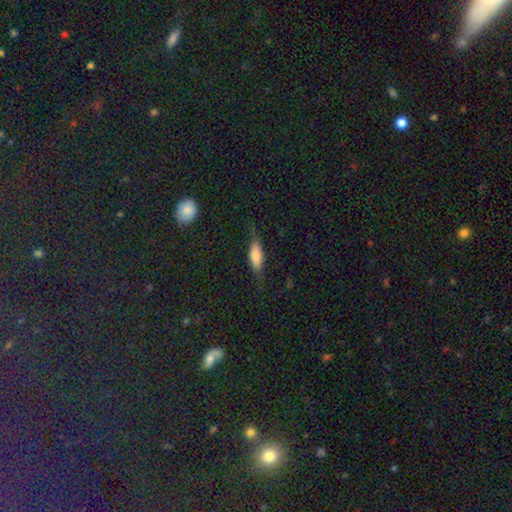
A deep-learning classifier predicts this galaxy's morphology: The model was most divided on "how rounded": in between: 63%, cigar-shaped: 34%, round: 3%. More confident: merging — none (69%); smooth or featured — smooth (68%).